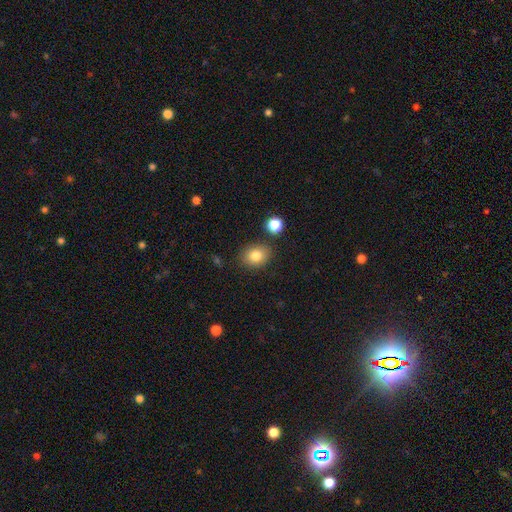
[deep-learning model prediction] The model was most divided on "how rounded": round: 55%, in between: 44%, cigar-shaped: 1%. More confident: merging — none (83%); smooth or featured — smooth (82%).